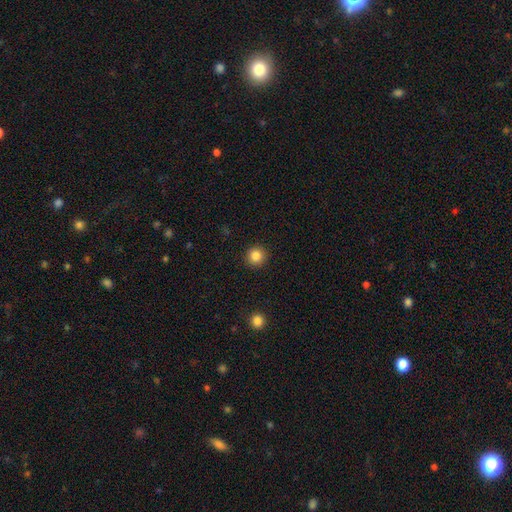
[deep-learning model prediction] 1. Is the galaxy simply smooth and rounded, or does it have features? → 84% smooth, 11% star or artifact, 5% featured or disk.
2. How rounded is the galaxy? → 94% round, 5% in between, 1% cigar-shaped.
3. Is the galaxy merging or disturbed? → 92% none, 5% minor disturbance, 2% major disturbance, 1% merger.